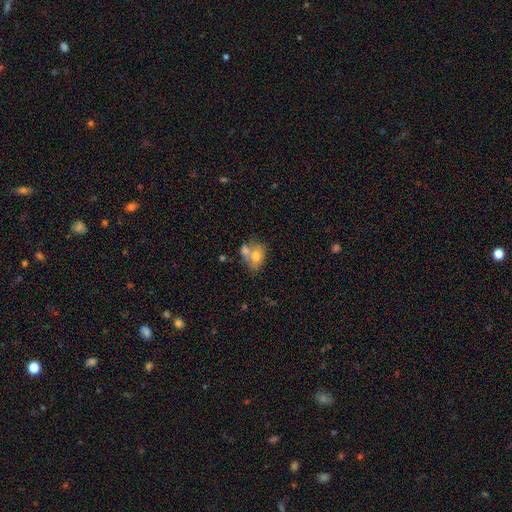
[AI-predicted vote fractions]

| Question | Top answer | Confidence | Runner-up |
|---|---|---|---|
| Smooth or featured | smooth | 67% | featured or disk (24%) |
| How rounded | in between | 71% | round (28%) |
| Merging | merger | 48% | none (31%) |